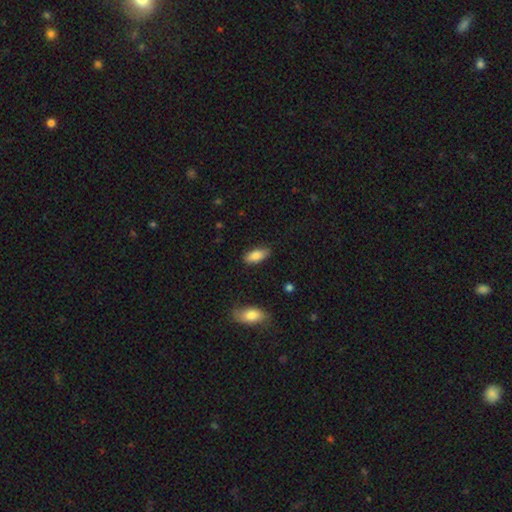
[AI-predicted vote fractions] Smooth or featured?
  - smooth: 85% *
  - featured or disk: 9%
  - star or artifact: 7%
How rounded?
  - in between: 85% *
  - cigar-shaped: 12%
  - round: 2%
Merging?
  - none: 82% *
  - minor disturbance: 14%
  - major disturbance: 3%
  - merger: 2%